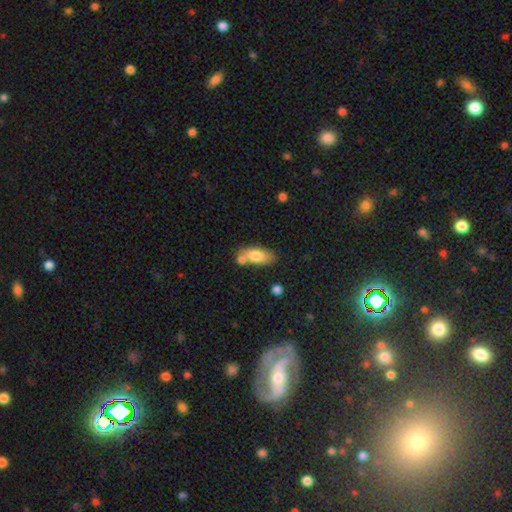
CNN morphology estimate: smooth 77%, featured or disk 16%, star or artifact 7%. Down the decision tree: how rounded — in between (84%); merging — none (57%).